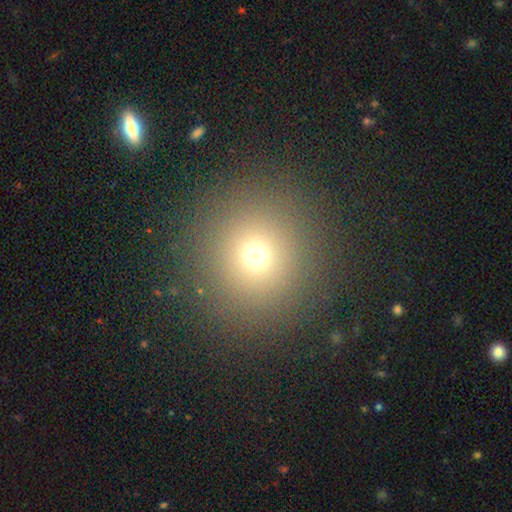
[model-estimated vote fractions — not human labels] A smooth galaxy with no disk features (69%) that is round (94%). Merging: none (90%).